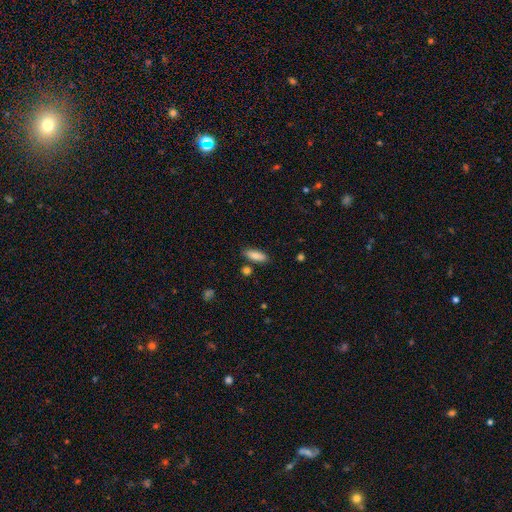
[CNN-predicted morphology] A smooth galaxy with no disk features (86%) that is in between round and cigar-shaped (68%).

Vote fractions:
- Smooth or featured? smooth: 86% / featured or disk: 7% / star or artifact: 7%
- How rounded? in between: 68% / cigar-shaped: 30% / round: 2%
- Merging? none: 83% / minor disturbance: 11% / merger: 4% / major disturbance: 2%